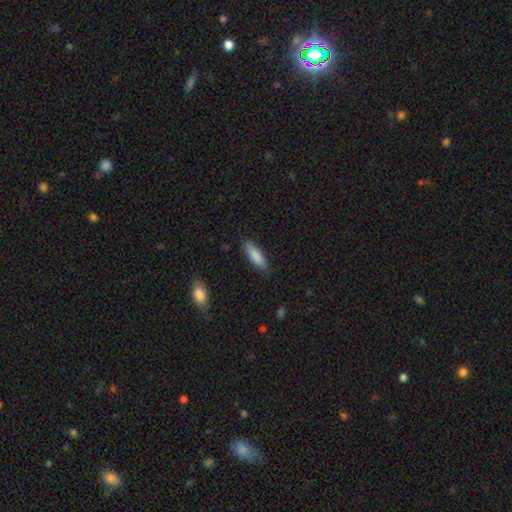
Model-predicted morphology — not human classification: Smooth or featured: smooth — 84% (featured or disk — 10%)
How rounded: cigar-shaped — 56% (in between — 42%)
Merging: none — 83% (minor disturbance — 13%)